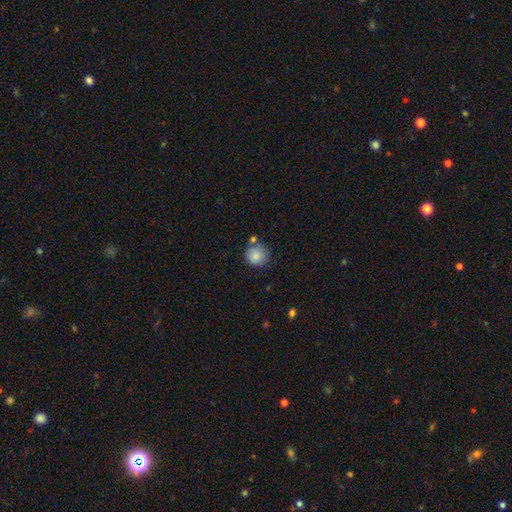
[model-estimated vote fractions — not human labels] A smooth galaxy with no disk features (86%) that is round (91%).

Vote fractions:
- Smooth or featured? smooth: 86% / star or artifact: 8% / featured or disk: 6%
- How rounded? round: 91% / in between: 8% / cigar-shaped: 1%
- Merging? none: 67% / minor disturbance: 15% / merger: 14% / major disturbance: 4%